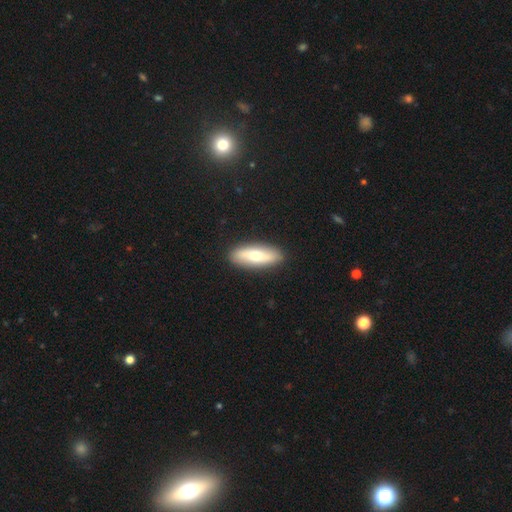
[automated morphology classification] Smooth or featured? smooth (63%)
How rounded? in between (59%)
Merging? none (90%)